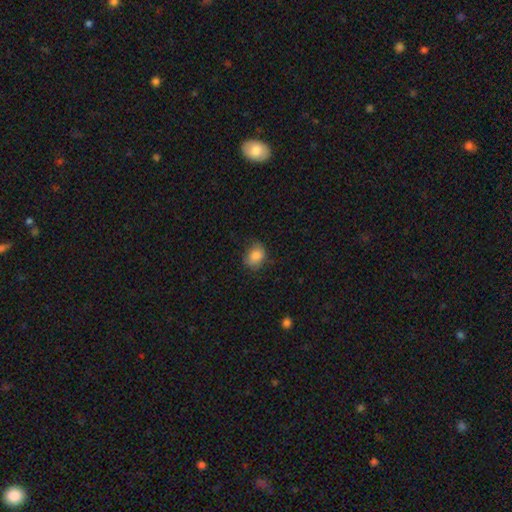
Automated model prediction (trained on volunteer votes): Morphology: type=smooth (84%); roundness=in between (56%); merging=none (67%).